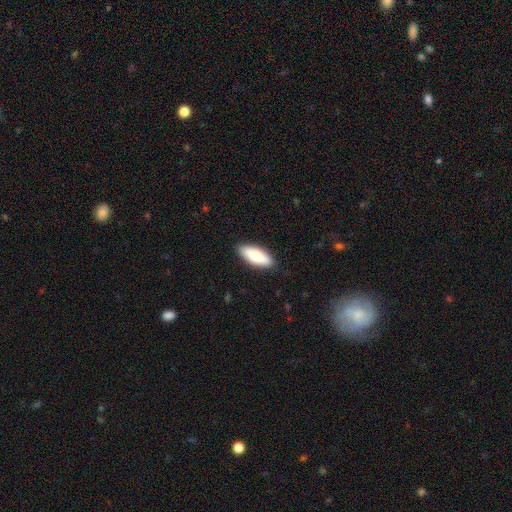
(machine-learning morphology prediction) smooth_or_featured: smooth (p=0.73) [alt: featured or disk p=0.21]
how_rounded: in between (p=0.73) [alt: cigar-shaped p=0.25]
merging: none (p=0.87) [alt: minor disturbance p=0.10]